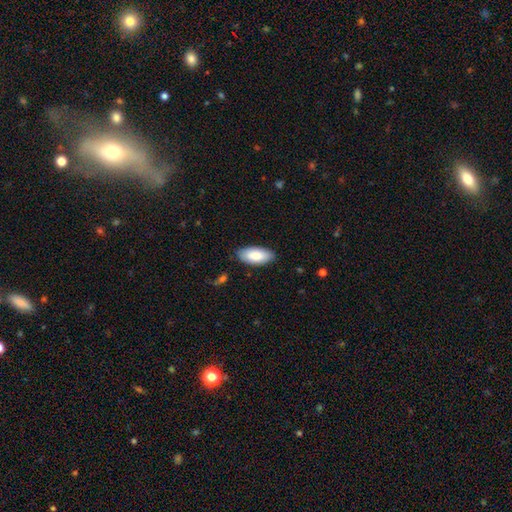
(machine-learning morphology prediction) Overall: smooth (83%). How rounded: in between (91%). Merging: none (85%).